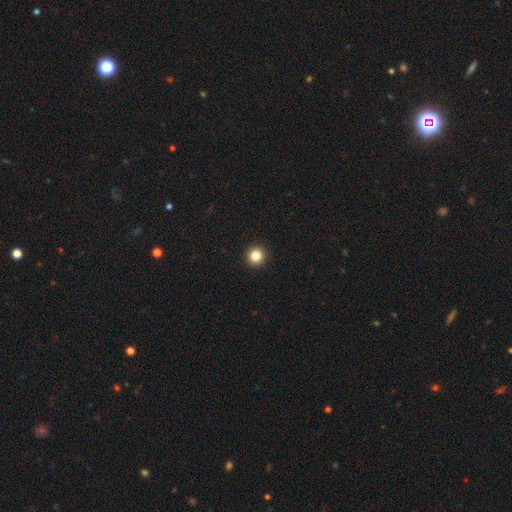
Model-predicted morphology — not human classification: smooth 85%, star or artifact 11%, featured or disk 4%. Down the decision tree: how rounded — round (95%); merging — none (94%).